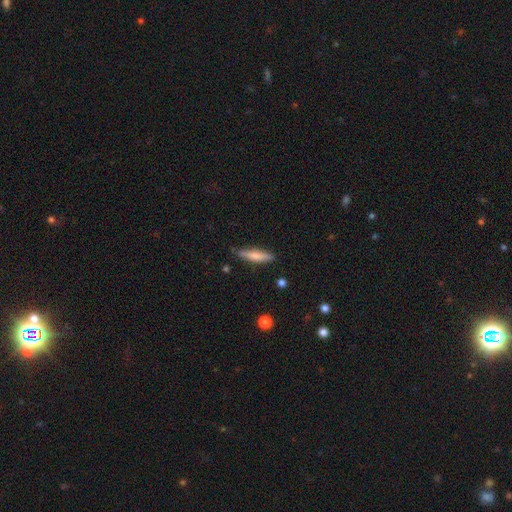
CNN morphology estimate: Overall: smooth (67%). How rounded: cigar-shaped (83%). Merging: none (84%).